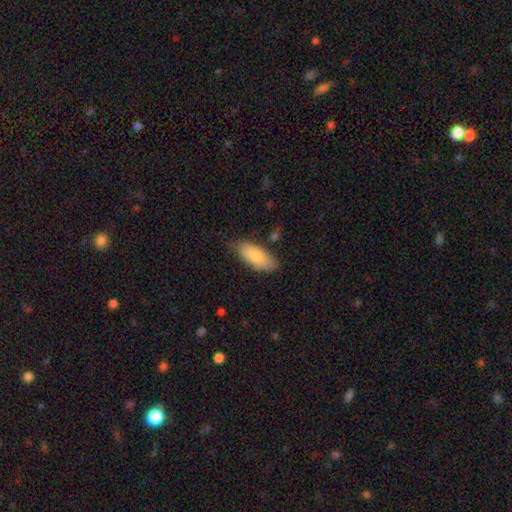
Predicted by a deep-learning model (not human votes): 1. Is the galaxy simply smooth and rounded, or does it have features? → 81% smooth, 13% featured or disk, 6% star or artifact.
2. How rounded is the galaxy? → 85% in between, 13% cigar-shaped, 2% round.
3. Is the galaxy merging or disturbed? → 73% none, 20% minor disturbance, 4% major disturbance, 3% merger.